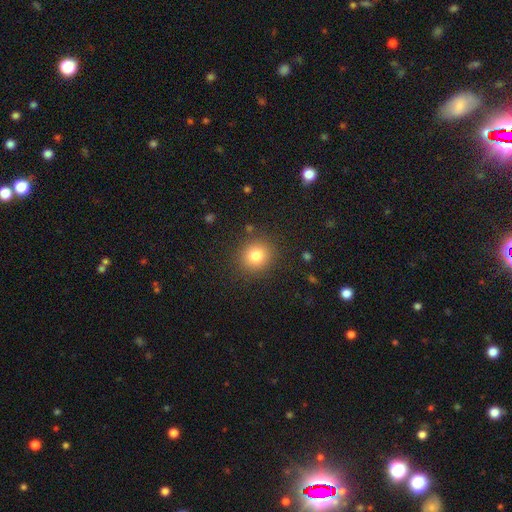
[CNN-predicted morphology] Smooth or featured?
  - smooth: 81% *
  - star or artifact: 12%
  - featured or disk: 7%
How rounded?
  - round: 86% *
  - in between: 13%
  - cigar-shaped: 1%
Merging?
  - none: 88% *
  - minor disturbance: 8%
  - major disturbance: 3%
  - merger: 2%